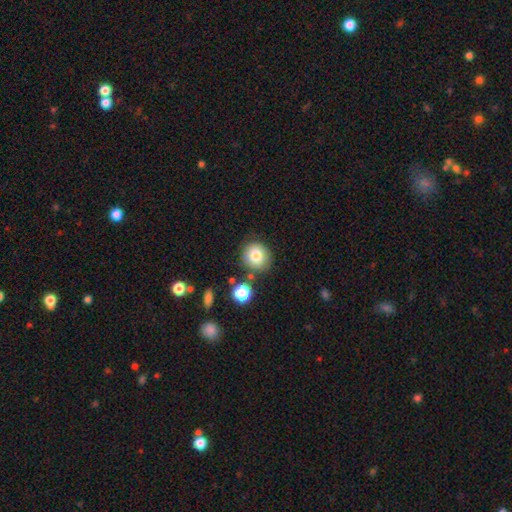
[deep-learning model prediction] Overall: smooth (82%). How rounded: round (83%). Merging: none (76%).